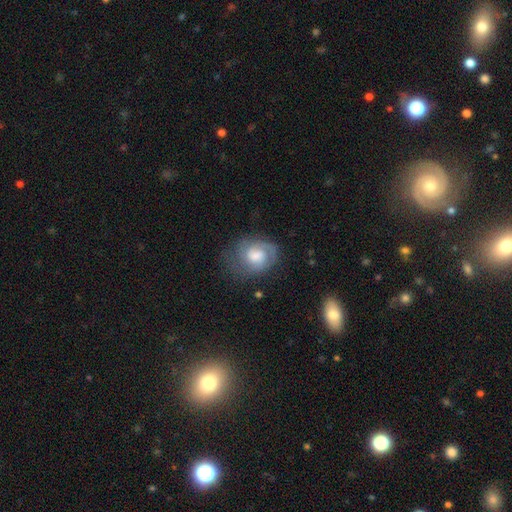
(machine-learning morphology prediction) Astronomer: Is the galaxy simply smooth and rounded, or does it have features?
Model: featured or disk — 60%.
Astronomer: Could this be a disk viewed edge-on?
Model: no — 97%.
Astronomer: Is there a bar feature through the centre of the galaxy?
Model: no — 55% (runner-up: weak, 39%).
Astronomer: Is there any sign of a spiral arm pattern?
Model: yes — 87%.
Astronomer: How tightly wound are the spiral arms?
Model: tight — 47% (runner-up: medium, 39%).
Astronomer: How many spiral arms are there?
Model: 2 — 44% (runner-up: 1, 24%).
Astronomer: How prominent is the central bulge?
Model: moderate — 48%.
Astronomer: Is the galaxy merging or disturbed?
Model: none — 58%.